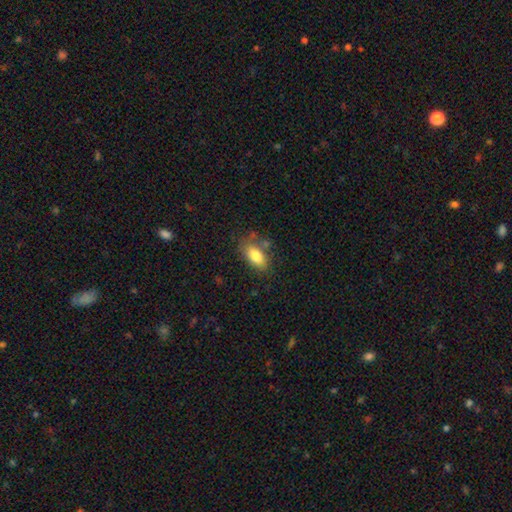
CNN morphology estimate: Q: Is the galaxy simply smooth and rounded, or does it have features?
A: smooth — 81%.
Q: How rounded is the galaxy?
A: in between — 88%.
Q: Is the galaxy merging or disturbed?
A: none — 70%.